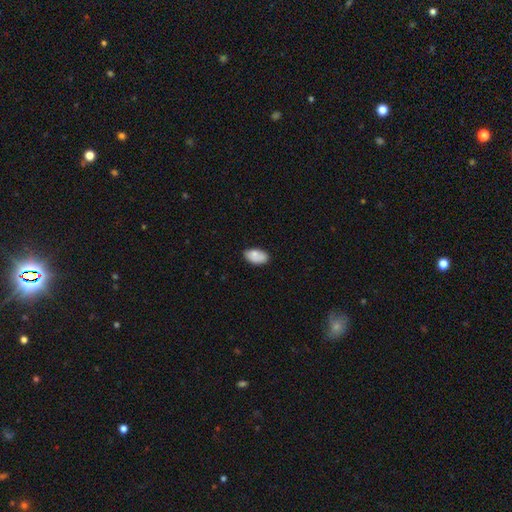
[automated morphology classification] This appears to be a smooth galaxy with no disk features (77%) that is in between round and cigar-shaped (94%). Merging: none (68%).